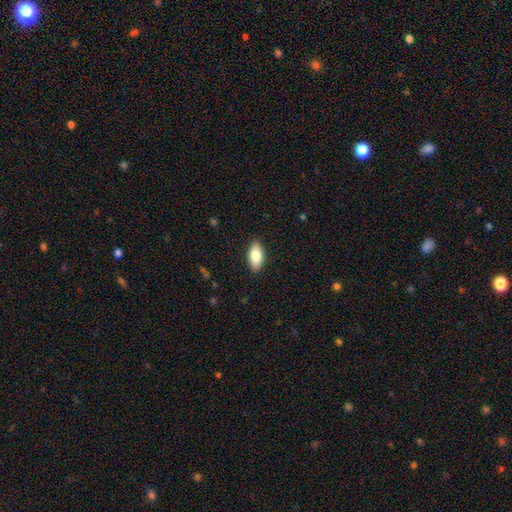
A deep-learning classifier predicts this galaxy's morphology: This is likely a smooth galaxy (79%). How rounded: clearly in between (88%). Merging: clearly none (89%).